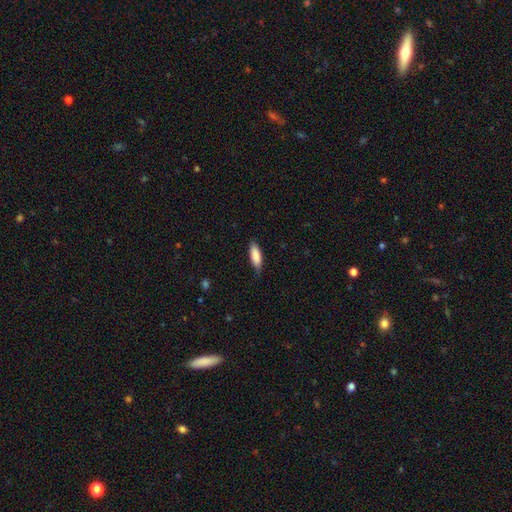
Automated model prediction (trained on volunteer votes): smooth_or_featured: smooth (p=0.86) [alt: featured or disk p=0.08]
how_rounded: in between (p=0.62) [alt: cigar-shaped p=0.36]
merging: none (p=0.75) [alt: minor disturbance p=0.21]